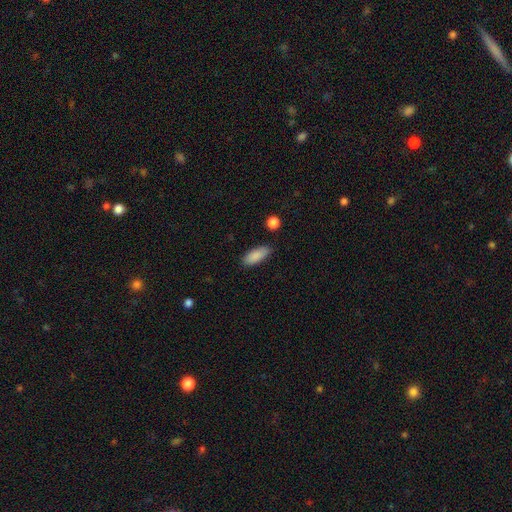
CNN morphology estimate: A smooth galaxy with no disk features (88%) that is in between round and cigar-shaped (78%).

Vote fractions:
- Smooth or featured? smooth: 88% / star or artifact: 7% / featured or disk: 5%
- How rounded? in between: 78% / cigar-shaped: 20% / round: 2%
- Merging? none: 81% / minor disturbance: 14% / major disturbance: 3% / merger: 2%